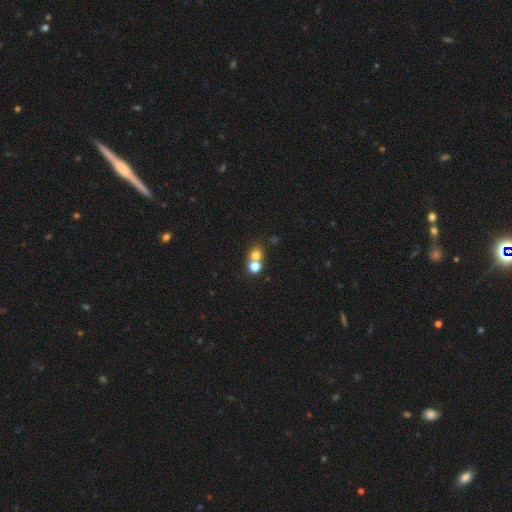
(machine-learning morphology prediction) This appears to be a smooth galaxy with no disk features (72%) that is round (80%). Merging: none (48%).